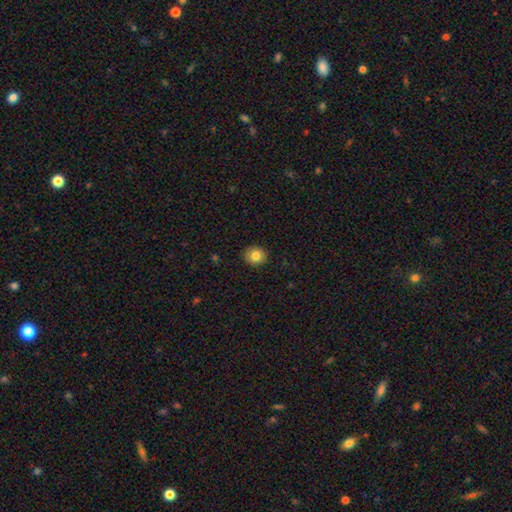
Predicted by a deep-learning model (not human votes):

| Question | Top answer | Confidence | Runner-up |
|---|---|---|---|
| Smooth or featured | smooth | 82% | star or artifact (9%) |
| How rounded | round | 82% | in between (17%) |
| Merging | none | 91% | minor disturbance (6%) |